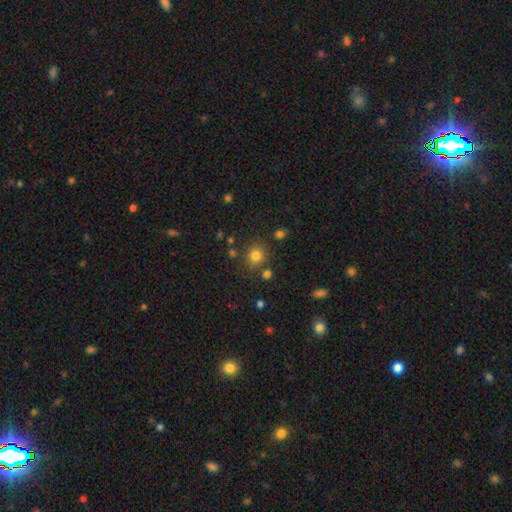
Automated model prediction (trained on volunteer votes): Smooth or featured: smooth — 78% (star or artifact — 15%)
How rounded: round — 82% (in between — 17%)
Merging: none — 79% (minor disturbance — 10%)